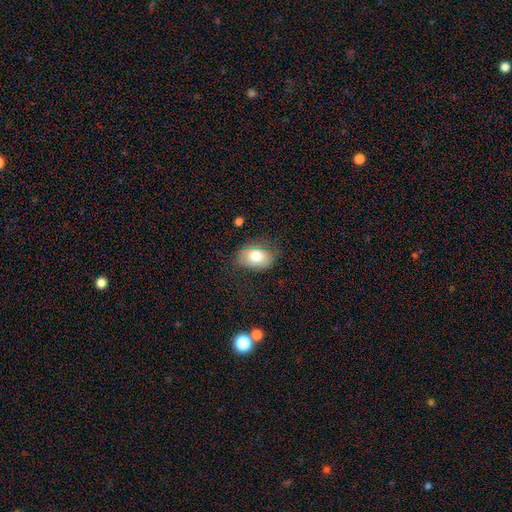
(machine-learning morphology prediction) Smooth or featured: smooth — 74% (featured or disk — 17%)
How rounded: in between — 80% (round — 19%)
Merging: none — 69% (minor disturbance — 22%)